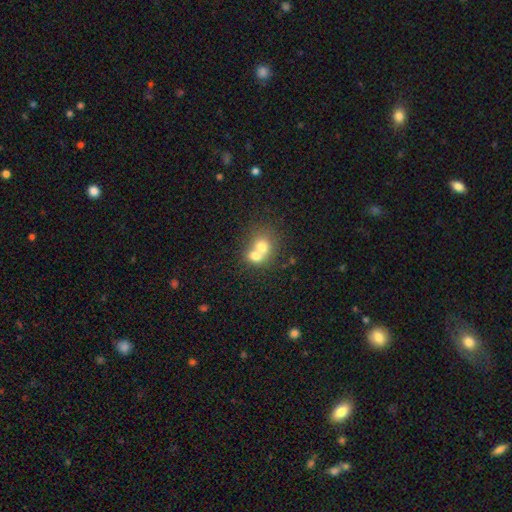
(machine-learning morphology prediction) Smooth or featured?
  - smooth: 69% *
  - featured or disk: 21%
  - star or artifact: 10%
How rounded?
  - round: 65% *
  - in between: 34%
  - cigar-shaped: 1%
Merging?
  - merger: 73% *
  - none: 20%
  - minor disturbance: 5%
  - major disturbance: 3%